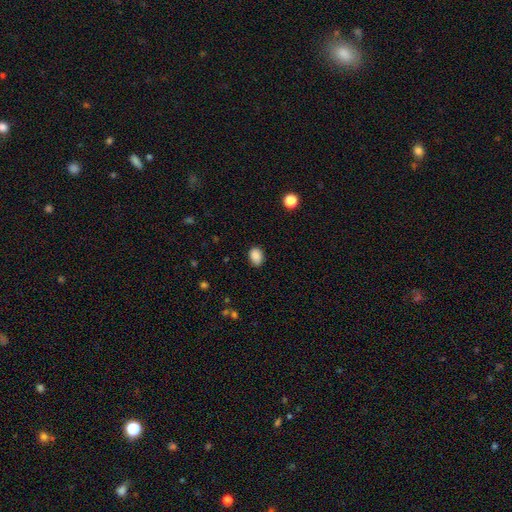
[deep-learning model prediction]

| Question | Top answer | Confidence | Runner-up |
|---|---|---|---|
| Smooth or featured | smooth | 88% | star or artifact (9%) |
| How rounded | in between | 71% | round (28%) |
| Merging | none | 83% | minor disturbance (13%) |